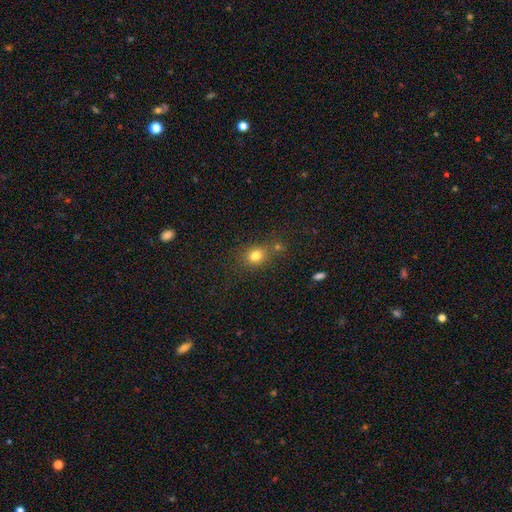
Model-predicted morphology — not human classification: Smooth or featured? Predicted: smooth (p=0.79). How rounded? Predicted: round (p=0.58). Merging? Predicted: none (p=0.64).